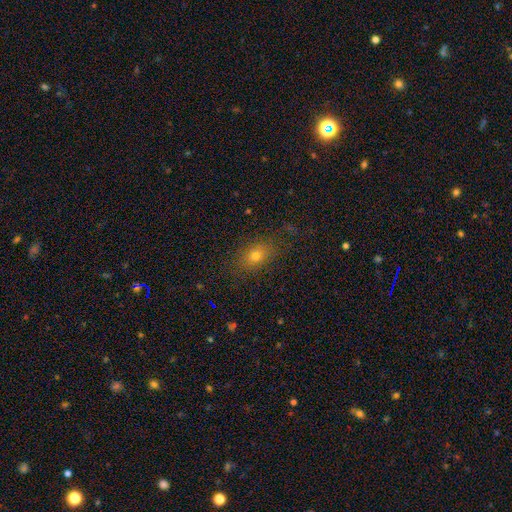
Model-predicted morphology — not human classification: The model was most divided on "how rounded": in between: 68%, round: 29%, cigar-shaped: 4%. More confident: merging — none (81%); smooth or featured — smooth (71%).